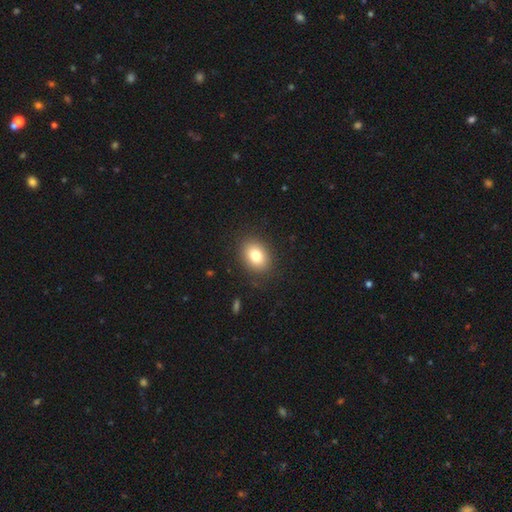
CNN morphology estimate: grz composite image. It shows a smooth galaxy with no disk features (80%) that is in between round and cigar-shaped (65%). Merging: none (87%).